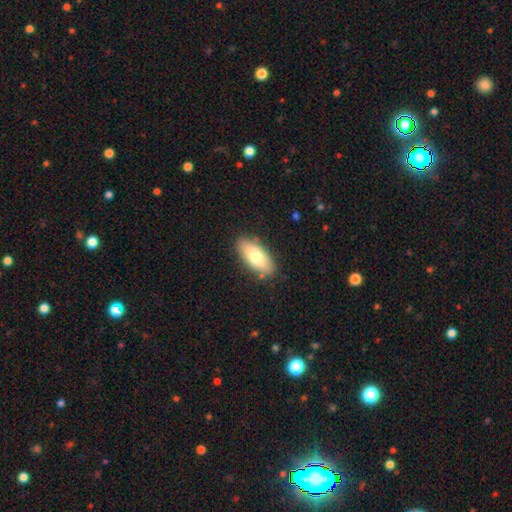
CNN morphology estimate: The model was most divided on "smooth or featured": smooth: 73%, featured or disk: 20%, star or artifact: 6%. More confident: how rounded — in between (86%); merging — none (84%).